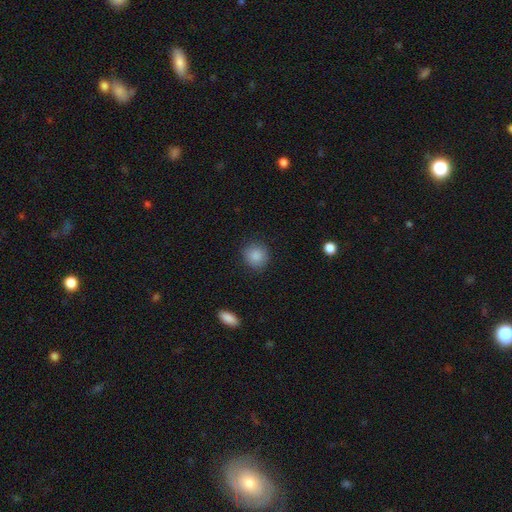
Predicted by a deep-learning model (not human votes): Q: Smooth or featured?
A: smooth (87%); runner-up: star or artifact (9%)
Q: How rounded?
A: round (89%); runner-up: in between (10%)
Q: Merging?
A: none (88%); runner-up: minor disturbance (9%)